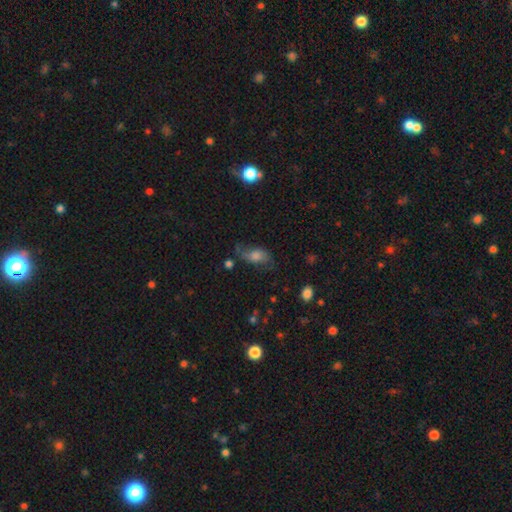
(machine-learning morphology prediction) Smooth or featured?
  - smooth: 51% *
  - featured or disk: 35%
  - star or artifact: 14%
How rounded?
  - in between: 82% *
  - round: 10%
  - cigar-shaped: 8%
Merging?
  - none: 54% *
  - minor disturbance: 27%
  - major disturbance: 16%
  - merger: 3%